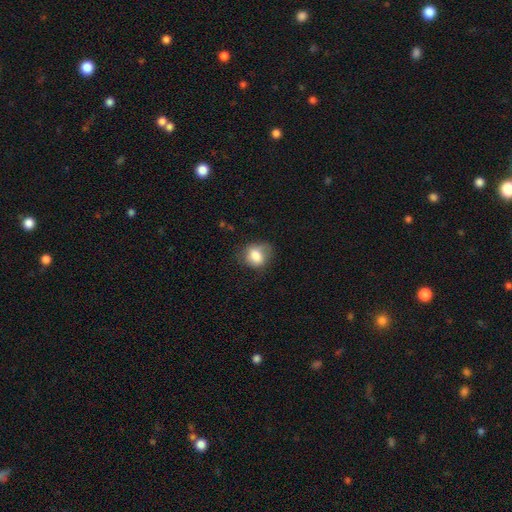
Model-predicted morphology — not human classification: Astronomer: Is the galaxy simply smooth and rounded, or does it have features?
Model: smooth — 79%.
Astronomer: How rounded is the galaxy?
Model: round — 58% (runner-up: in between, 41%).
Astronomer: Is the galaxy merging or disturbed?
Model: none — 58%.